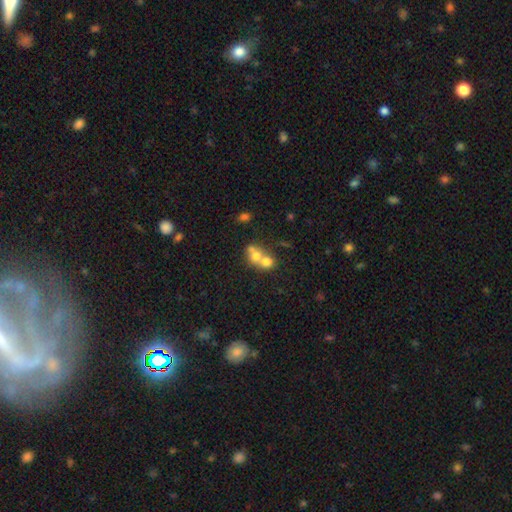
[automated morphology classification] smooth 65%, featured or disk 23%, star or artifact 12%. Down the decision tree: how rounded — round (63%); merging — merger (69%).